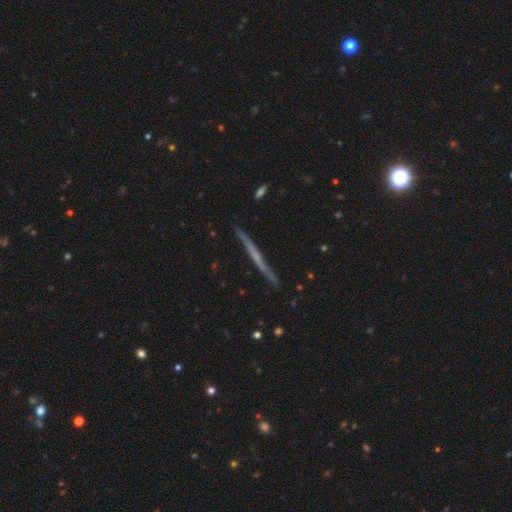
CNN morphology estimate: smooth-or-featured: featured or disk: 65% | smooth: 29% | star or artifact: 7%
  disk-edge-on: yes: 97% | no: 3%
    edge-on-bulge: none: 75% | rounded: 18% | boxy: 7%
  merging: none: 89% | minor disturbance: 9% | major disturbance: 1% | merger: 1%